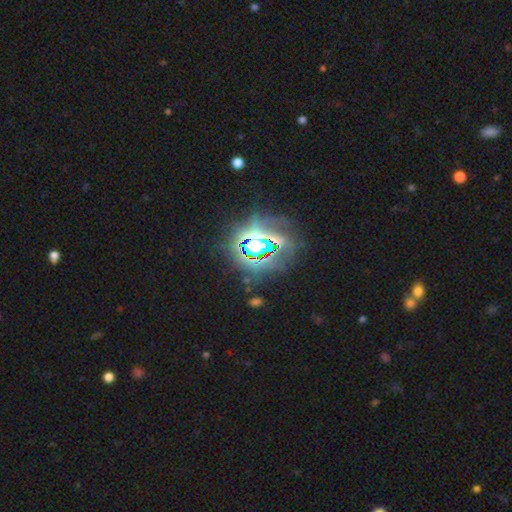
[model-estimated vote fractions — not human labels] Q: Smooth or featured?
A: star or artifact (82%); runner-up: smooth (10%)